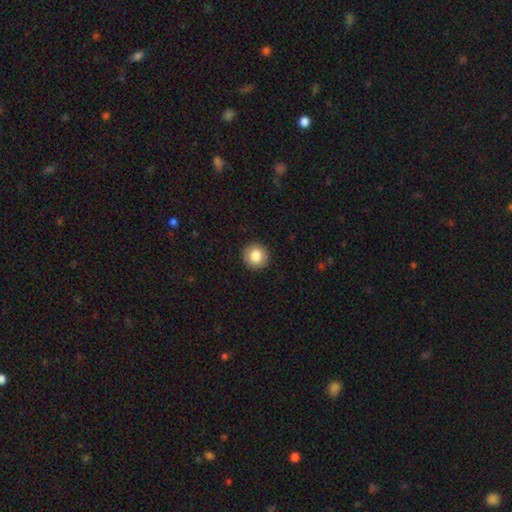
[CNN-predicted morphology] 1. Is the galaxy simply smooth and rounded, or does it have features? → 84% smooth, 9% star or artifact, 8% featured or disk.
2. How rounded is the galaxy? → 94% round, 5% in between, 1% cigar-shaped.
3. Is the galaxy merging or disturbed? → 92% none, 5% minor disturbance, 2% major disturbance, 1% merger.